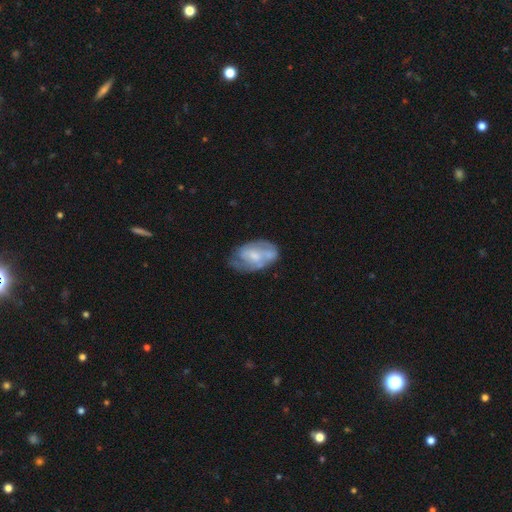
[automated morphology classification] This is likely a featured or disk galaxy (62%). It is clearly not viewed edge-on (96%). Bar: possibly no (53%). Spiral arm pattern: likely yes (61%). Central bulge: marginally moderate (41%). Merging: possibly none (49%).